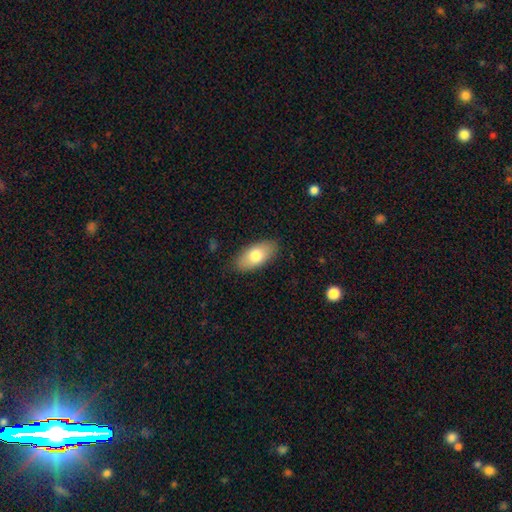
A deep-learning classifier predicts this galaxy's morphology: A smooth galaxy with no disk features (76%) that is in between round and cigar-shaped (91%).

Vote fractions:
- Smooth or featured? smooth: 76% / featured or disk: 18% / star or artifact: 6%
- How rounded? in between: 91% / cigar-shaped: 7% / round: 3%
- Merging? none: 86% / minor disturbance: 10% / major disturbance: 2% / merger: 1%